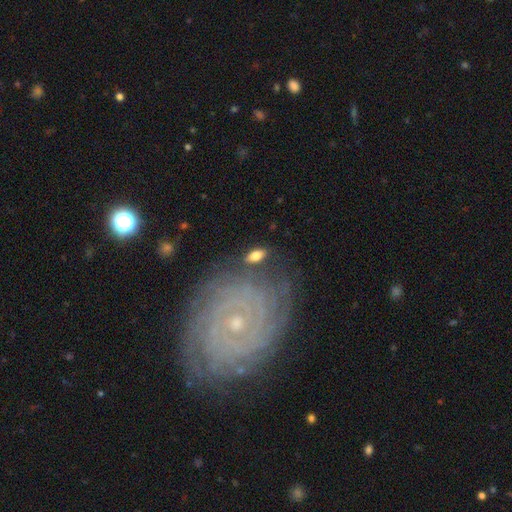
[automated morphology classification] This appears to be a smooth galaxy with no disk features (69%) that is in between round and cigar-shaped (84%). Merging: none (79%).